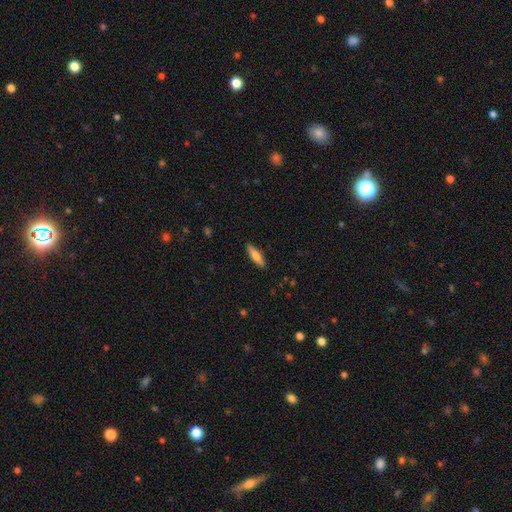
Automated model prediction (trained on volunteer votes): A smooth galaxy with no disk features (70%) that is cigar-shaped (71%). Merging: none (89%).